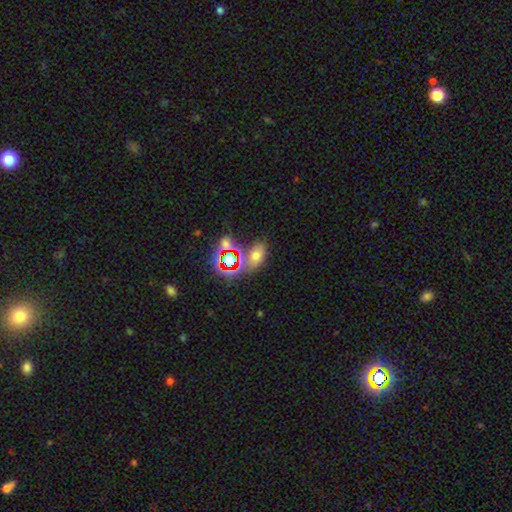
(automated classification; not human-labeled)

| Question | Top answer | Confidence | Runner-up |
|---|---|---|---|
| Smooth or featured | smooth | 53% | star or artifact (35%) |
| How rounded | in between | 83% | round (15%) |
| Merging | none | 62% | merger (16%) |